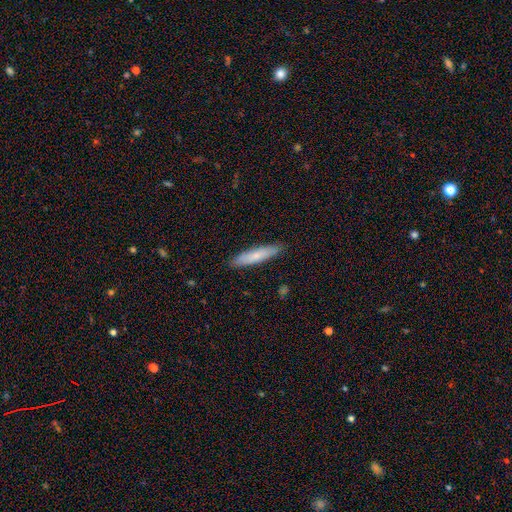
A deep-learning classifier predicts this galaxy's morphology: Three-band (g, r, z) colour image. It shows a smooth galaxy with no disk features (74%) that is cigar-shaped (86%). Merging: none (89%).